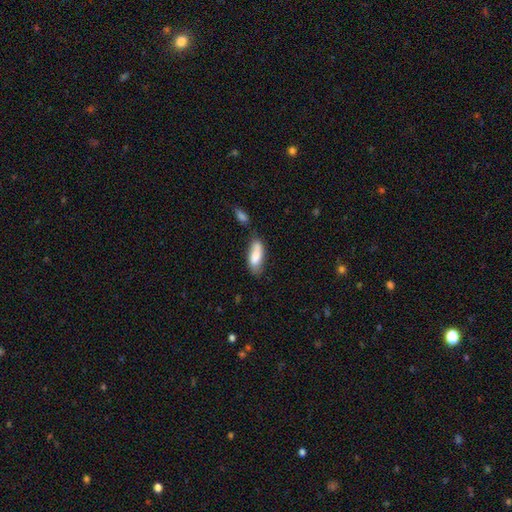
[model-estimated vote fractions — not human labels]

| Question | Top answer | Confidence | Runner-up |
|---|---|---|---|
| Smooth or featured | smooth | 81% | featured or disk (13%) |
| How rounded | in between | 72% | cigar-shaped (26%) |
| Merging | none | 50% | minor disturbance (25%) |